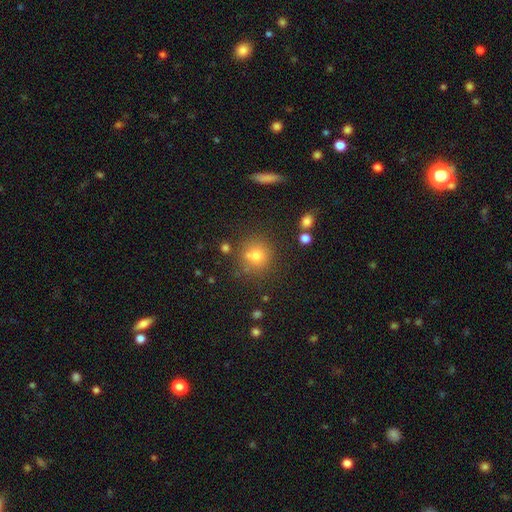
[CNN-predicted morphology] type=smooth (71%); roundness=round (88%); merging=none (72%).